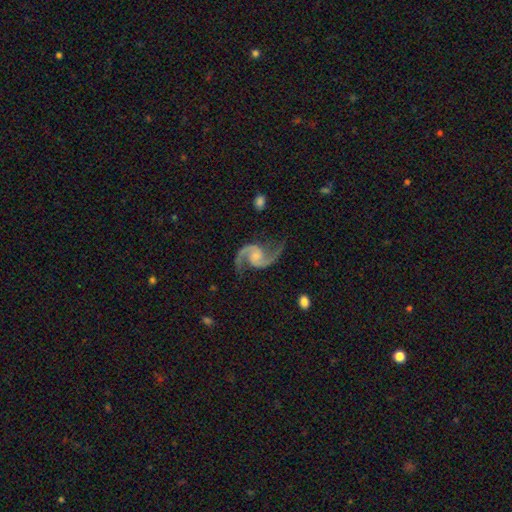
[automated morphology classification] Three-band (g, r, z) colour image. It shows a featured or disk galaxy (94%) with no bar (60%), 2 (95%) medium (49%) spiral arms (99%) and a small central bulge (51%). Merging: none (78%).